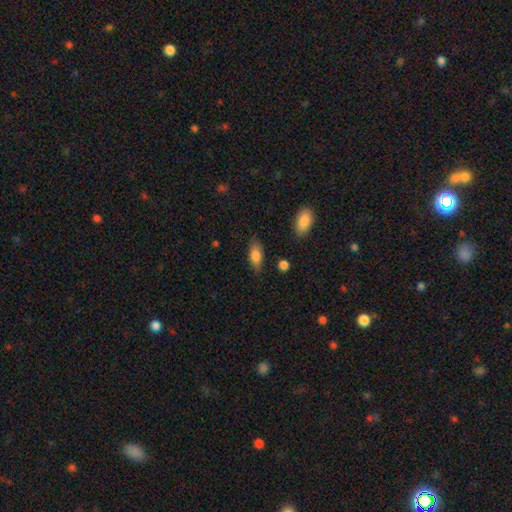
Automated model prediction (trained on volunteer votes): A smooth galaxy with no disk features (81%) that is in between round and cigar-shaped (81%).

Vote fractions:
- Smooth or featured? smooth: 81% / featured or disk: 13% / star or artifact: 7%
- How rounded? in between: 81% / cigar-shaped: 16% / round: 3%
- Merging? none: 80% / minor disturbance: 15% / major disturbance: 3% / merger: 2%